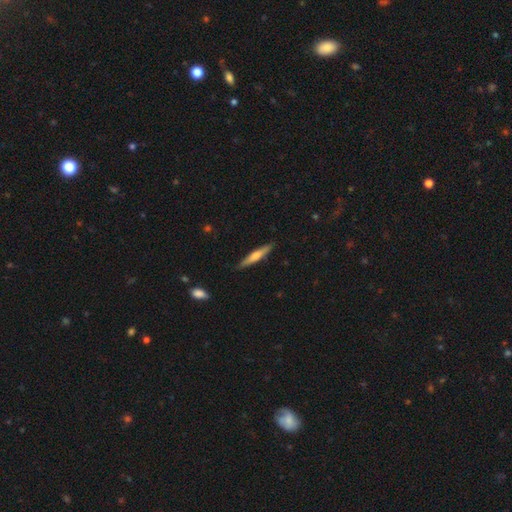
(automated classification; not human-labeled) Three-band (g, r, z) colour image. It shows a smooth galaxy with no disk features (49%). Merging: none (88%).